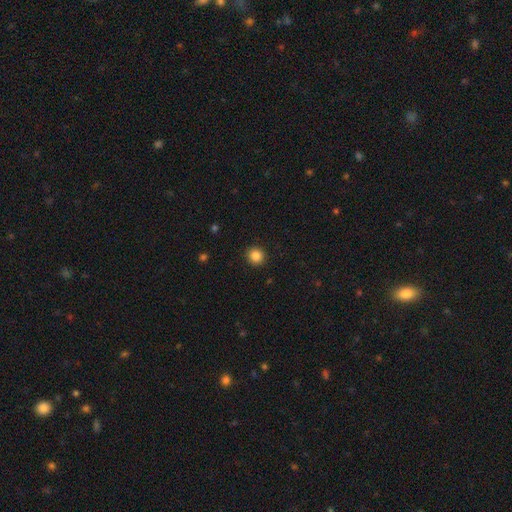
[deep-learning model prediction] smooth-or-featured: smooth: 86% | star or artifact: 11% | featured or disk: 4%
  how-rounded: round: 91% | in between: 8% | cigar-shaped: 1%
  merging: none: 92% | minor disturbance: 5% | major disturbance: 2% | merger: 1%